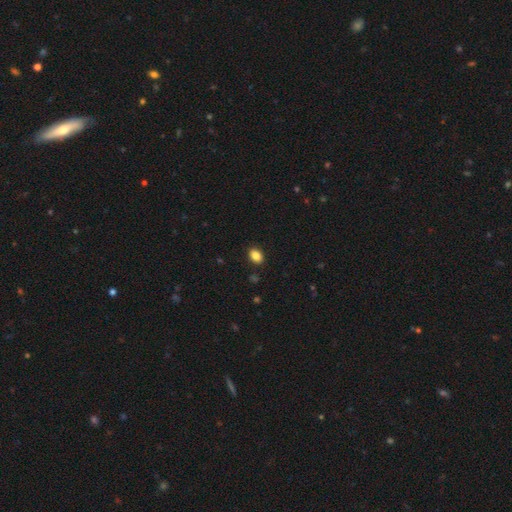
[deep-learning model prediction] Q: Smooth or featured?
A: smooth (86%); runner-up: star or artifact (9%)
Q: How rounded?
A: in between (73%); runner-up: round (25%)
Q: Merging?
A: none (89%); runner-up: minor disturbance (7%)